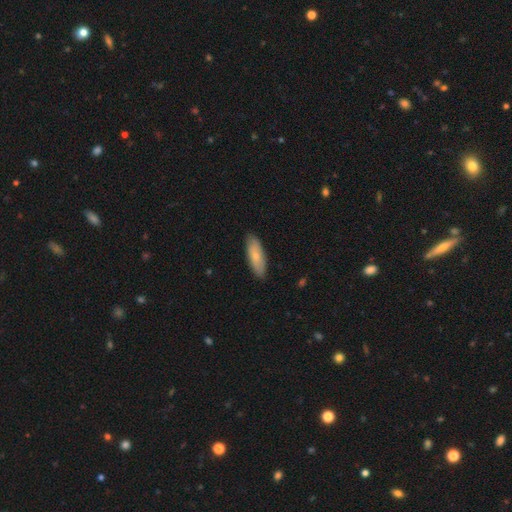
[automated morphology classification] A smooth galaxy with no disk features (74%) that is in between round and cigar-shaped (59%). Merging: none (87%).